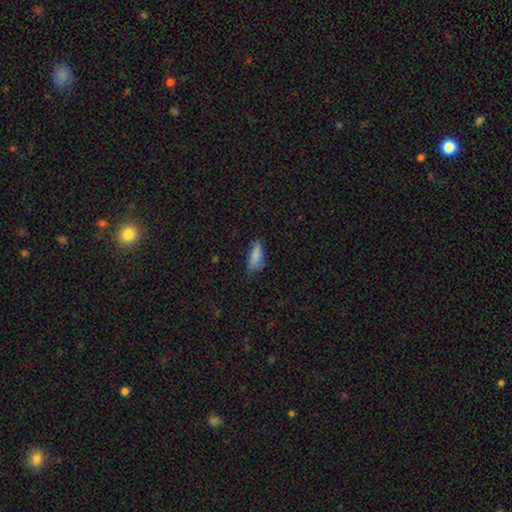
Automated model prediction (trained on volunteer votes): Smooth or featured? Predicted: smooth (p=0.83). How rounded? Predicted: in between (p=0.67). Merging? Predicted: none (p=0.59).